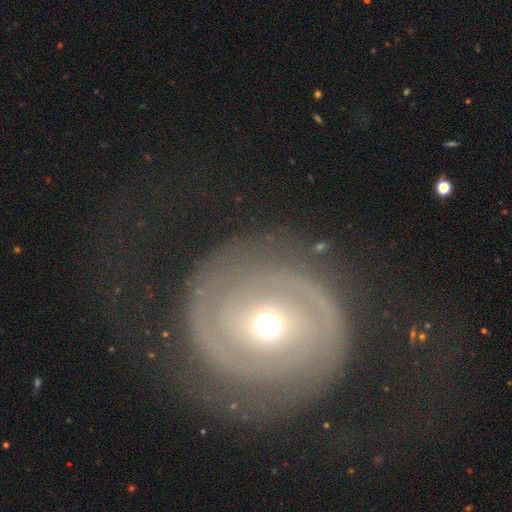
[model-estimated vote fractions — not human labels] Q: Smooth or featured?
A: featured or disk (85%); runner-up: smooth (8%)
Q: Edge-on disk?
A: no (98%); runner-up: yes (2%)
Q: Bar?
A: no (66%); runner-up: weak (23%)
Q: Spiral arms?
A: yes (95%); runner-up: no (5%)
Q: Spiral winding?
A: tight (70%); runner-up: medium (23%)
Q: Spiral arm count?
A: 2 (79%); runner-up: can't tell (8%)
Q: Bulge size?
A: moderate (72%); runner-up: small (21%)
Q: Merging?
A: none (79%); runner-up: minor disturbance (12%)